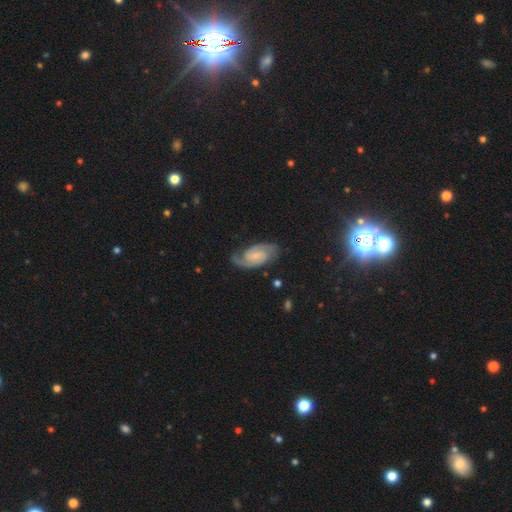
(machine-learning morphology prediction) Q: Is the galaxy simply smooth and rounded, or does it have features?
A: featured or disk — 85%.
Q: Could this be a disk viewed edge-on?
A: no — 97%.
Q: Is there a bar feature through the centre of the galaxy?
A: no — 48%.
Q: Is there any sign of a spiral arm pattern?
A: yes — 98%.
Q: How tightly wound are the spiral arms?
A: tight — 46%.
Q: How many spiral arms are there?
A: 2 — 90%.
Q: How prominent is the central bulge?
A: small — 56%.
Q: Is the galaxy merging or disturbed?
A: none — 78%.